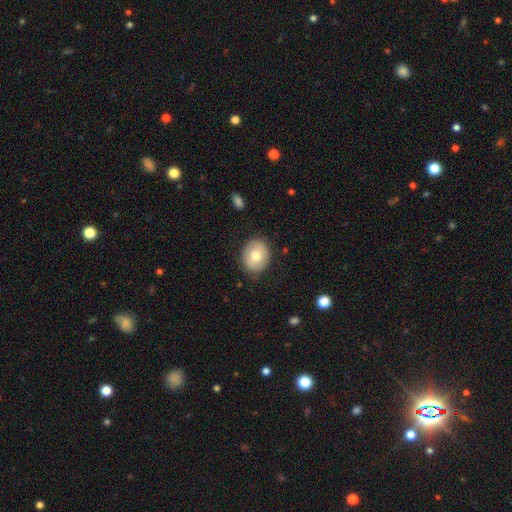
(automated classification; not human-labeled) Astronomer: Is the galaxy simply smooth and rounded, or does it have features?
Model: smooth — 72%.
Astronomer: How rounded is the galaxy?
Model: round — 66%.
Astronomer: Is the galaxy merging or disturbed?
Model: none — 85%.